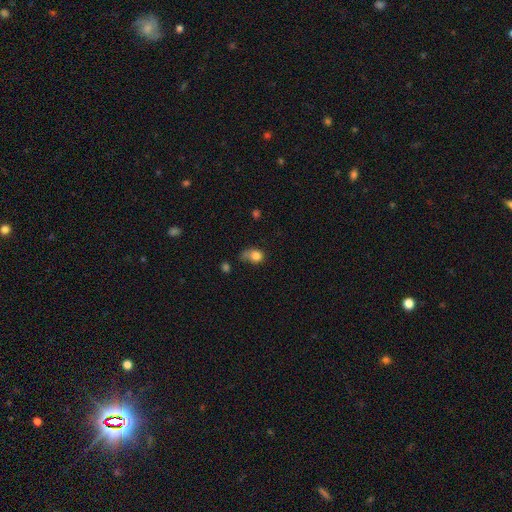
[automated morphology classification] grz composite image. It shows a smooth galaxy with no disk features (80%) that is round (50%). Merging: minor disturbance (35%).